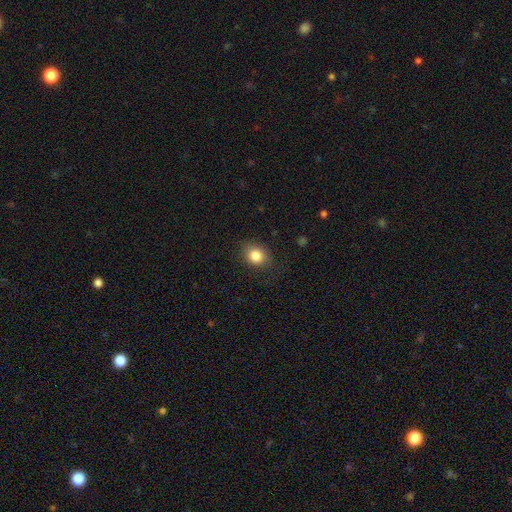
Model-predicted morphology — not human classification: This is clearly a smooth galaxy (83%). How rounded: likely round (60%). Merging: likely none (80%).